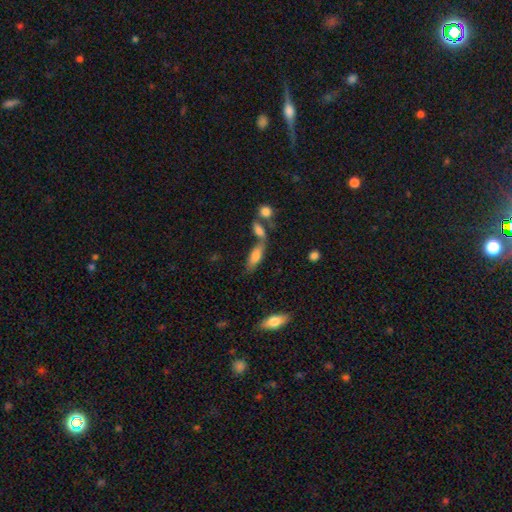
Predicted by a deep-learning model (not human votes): The model was most divided on "how rounded": in between: 61%, cigar-shaped: 37%, round: 2%. More confident: smooth or featured — smooth (71%); merging — none (54%).